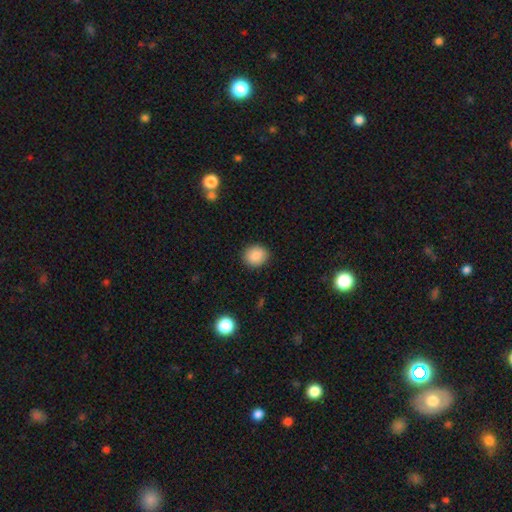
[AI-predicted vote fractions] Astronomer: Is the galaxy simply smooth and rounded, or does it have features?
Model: smooth — 87%.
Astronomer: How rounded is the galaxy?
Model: round — 78%.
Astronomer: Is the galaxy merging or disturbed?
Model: none — 90%.